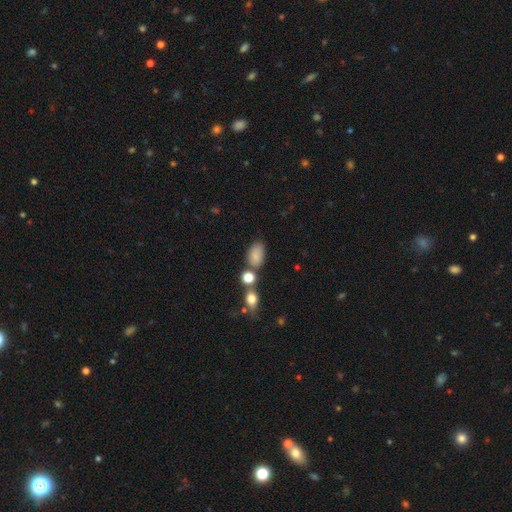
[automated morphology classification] A smooth galaxy with no disk features (80%) that is in between round and cigar-shaped (87%). Merging: none (61%).